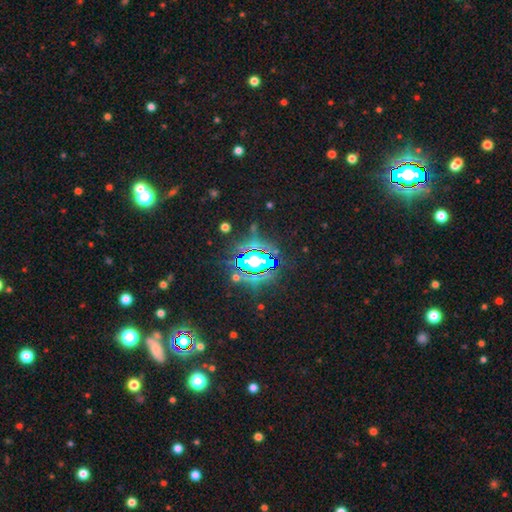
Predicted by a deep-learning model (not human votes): Overall: star or artifact (76%).